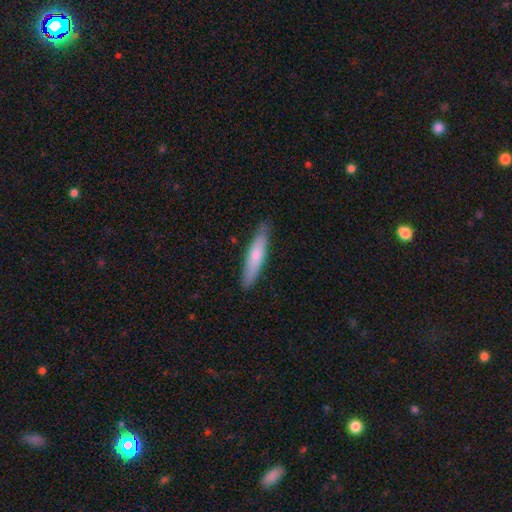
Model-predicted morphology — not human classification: Smooth or featured? smooth (69%)
How rounded? cigar-shaped (87%)
Merging? none (88%)